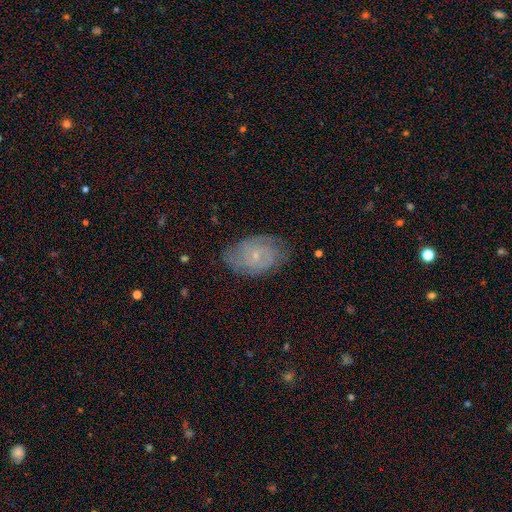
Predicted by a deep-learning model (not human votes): featured or disk 68%, smooth 23%, star or artifact 9%. Down the decision tree: edge-on disk — no (96%); bar — no (73%); spiral arms — yes (88%); spiral arm count — can't tell (41%); spiral winding — tight (61%); bulge size — small (80%); merging — none (73%).